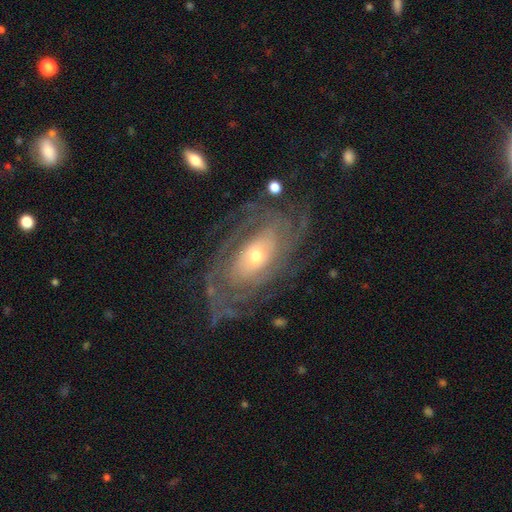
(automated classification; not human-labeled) featured or disk 85%, smooth 9%, star or artifact 6%. Down the decision tree: edge-on disk — no (94%); bar — no (72%); spiral arms — yes (91%); spiral arm count — can't tell (43%); spiral winding — tight (67%); bulge size — moderate (47%); merging — none (70%).